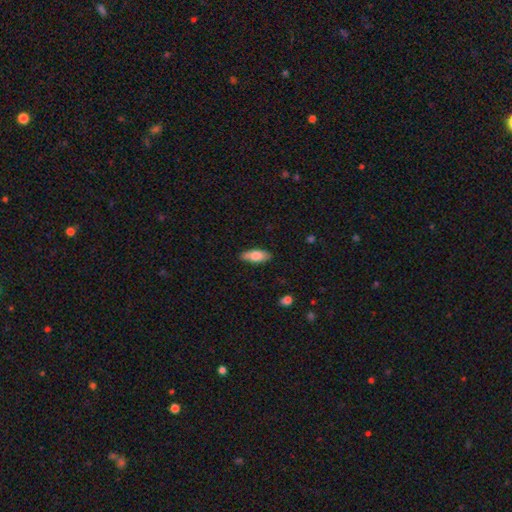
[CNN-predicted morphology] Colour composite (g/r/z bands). It shows a smooth galaxy with no disk features (79%) that is in between round and cigar-shaped (77%). Merging: none (82%).